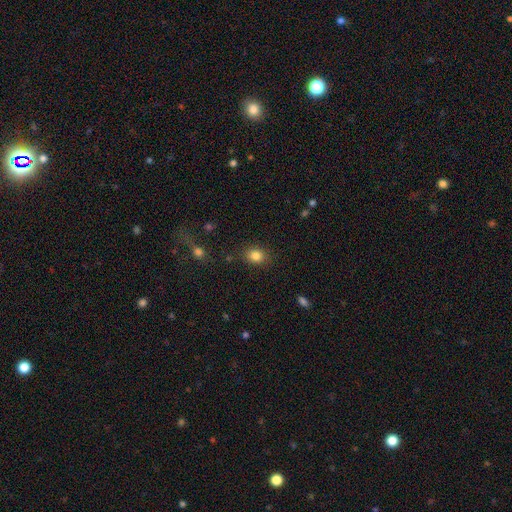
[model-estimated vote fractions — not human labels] Overall: smooth (84%). How rounded: round (52%; in between 47%). Merging: none (85%).